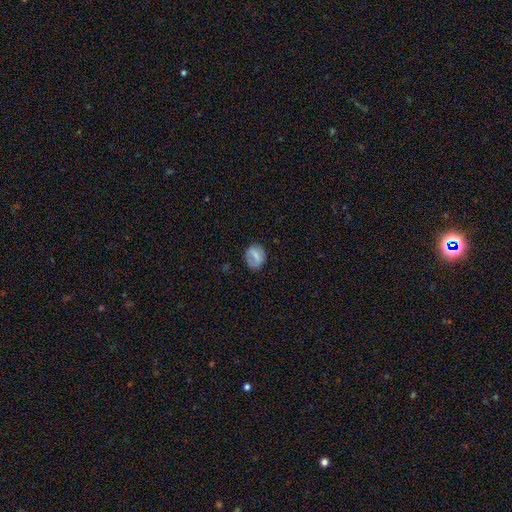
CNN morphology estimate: Smooth or featured? Predicted: smooth (p=0.66). How rounded? Predicted: round (p=0.57). Merging? Predicted: none (p=0.78).